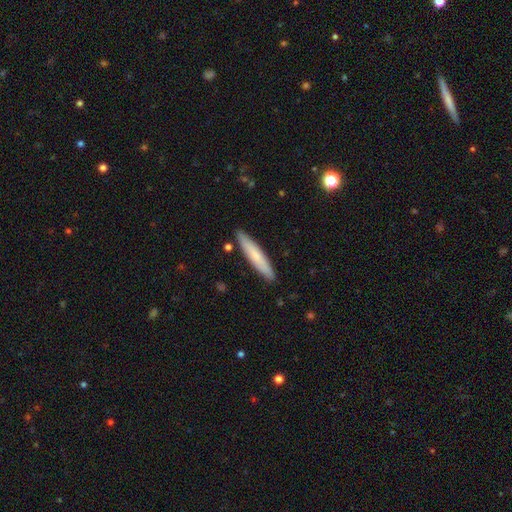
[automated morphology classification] Smooth or featured? smooth (69%)
How rounded? cigar-shaped (90%)
Merging? none (88%)